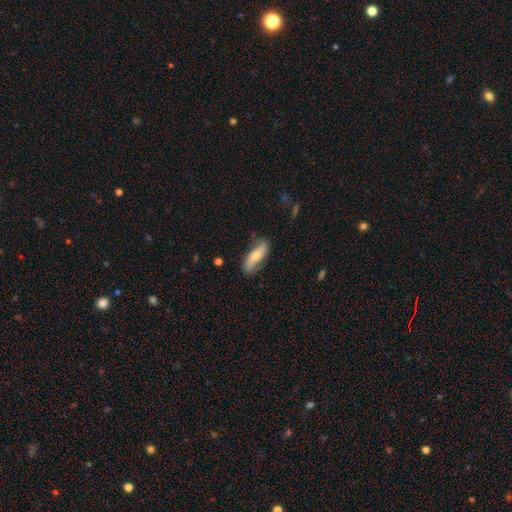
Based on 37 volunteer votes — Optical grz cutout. It shows a featured or disk galaxy (54%) with no bar (80%), 2 (91%) loose (55%) spiral arms (73%) and a moderate central bulge (53%). Merging: none (69%).